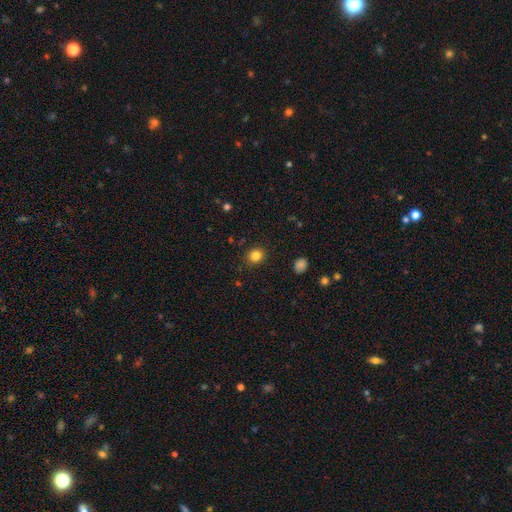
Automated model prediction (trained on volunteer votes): smooth_or_featured: smooth (p=0.84) [alt: star or artifact p=0.12]
how_rounded: round (p=0.80) [alt: in between p=0.19]
merging: none (p=0.89) [alt: minor disturbance p=0.07]